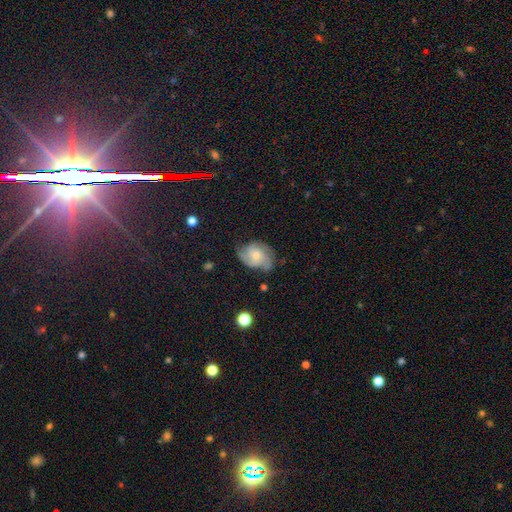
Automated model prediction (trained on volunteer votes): Smooth or featured? Predicted: featured or disk (p=0.66). Edge-on disk? Predicted: no (p=0.97). Bar? Predicted: no (p=0.71). Spiral arms? Predicted: yes (p=0.91). Spiral winding? Predicted: medium (p=0.45). Spiral arm count? Predicted: 2 (p=0.41). Bulge size? Predicted: small (p=0.50). Merging? Predicted: none (p=0.58).